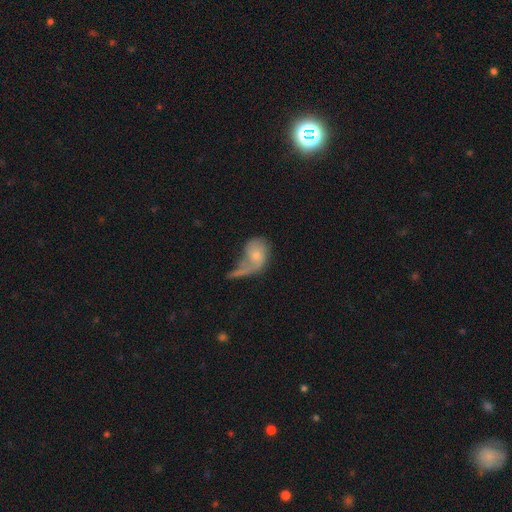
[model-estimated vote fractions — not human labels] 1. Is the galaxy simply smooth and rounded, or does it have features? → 48% smooth, 44% featured or disk, 8% star or artifact.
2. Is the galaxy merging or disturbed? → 41% major disturbance, 22% none, 20% merger, 18% minor disturbance.